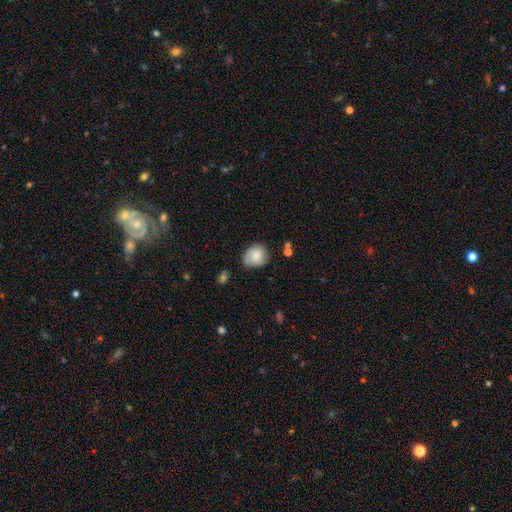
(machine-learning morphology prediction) type=smooth (56%); roundness=round (65%); merging=none (60%).